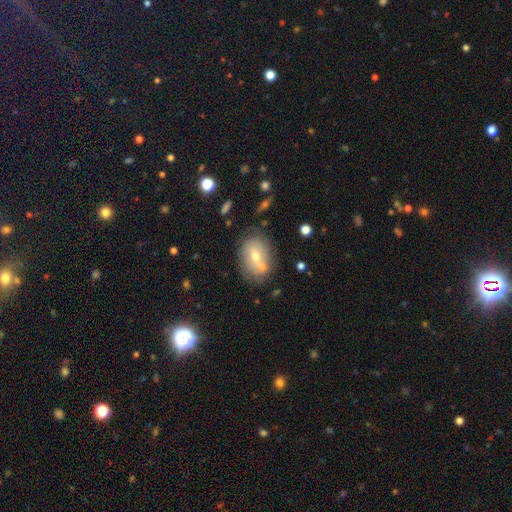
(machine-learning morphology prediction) Overall: smooth (46%; featured or disk 42%). Merging: none (62%).